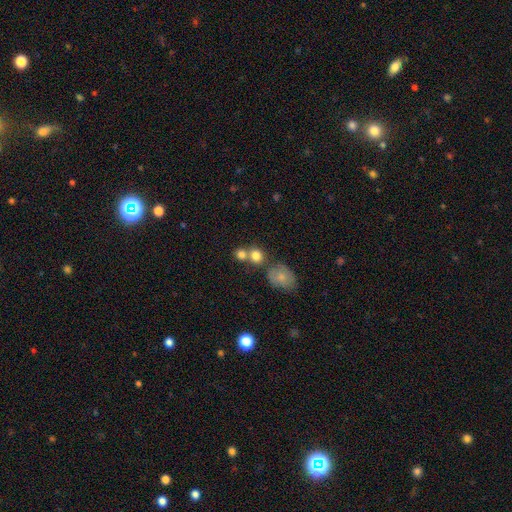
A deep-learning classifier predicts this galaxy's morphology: This is likely a smooth galaxy (79%). How rounded: likely round (78%). Merging: marginally none (45%).